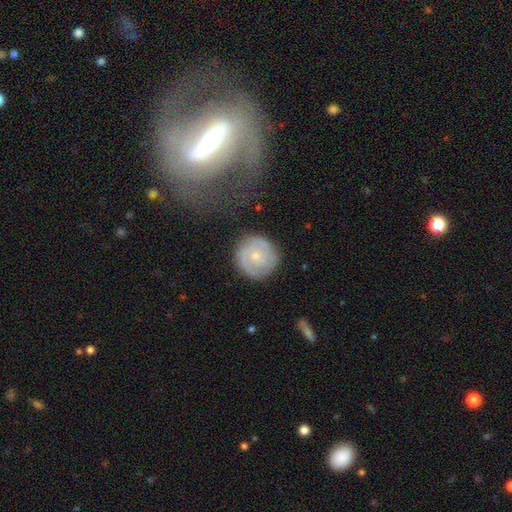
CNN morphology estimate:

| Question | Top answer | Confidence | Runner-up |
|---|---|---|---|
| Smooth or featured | featured or disk | 59% | smooth (35%) |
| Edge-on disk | no | 97% | yes (3%) |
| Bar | no | 79% | weak (18%) |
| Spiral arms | yes | 73% | no (27%) |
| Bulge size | small | 72% | moderate (24%) |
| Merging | none | 84% | minor disturbance (11%) |